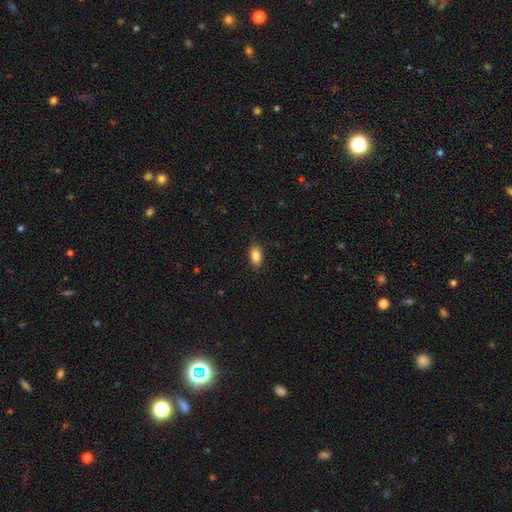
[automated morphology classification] Overall: smooth (85%). How rounded: in between (89%). Merging: none (88%).